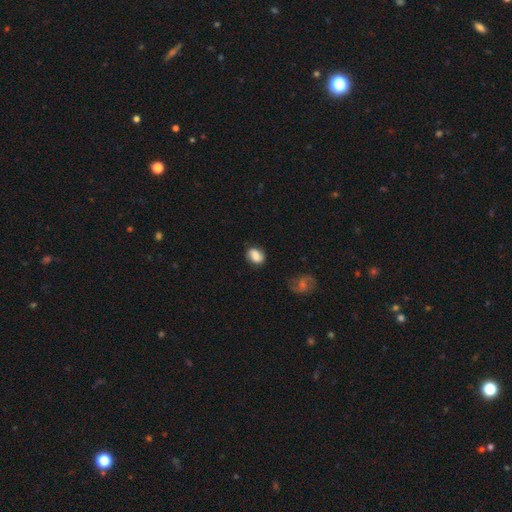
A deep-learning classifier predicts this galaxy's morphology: Smooth or featured?
  - smooth: 67% *
  - featured or disk: 23%
  - star or artifact: 9%
How rounded?
  - in between: 63% *
  - round: 35%
  - cigar-shaped: 2%
Merging?
  - none: 71% *
  - minor disturbance: 21%
  - major disturbance: 5%
  - merger: 3%